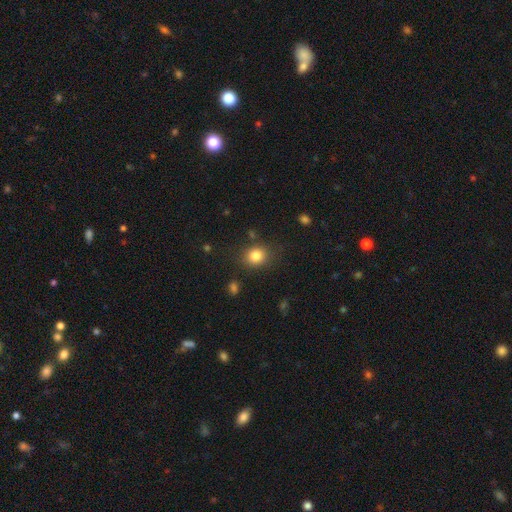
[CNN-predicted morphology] Smooth or featured? smooth (82%)
How rounded? round (74%)
Merging? none (81%)